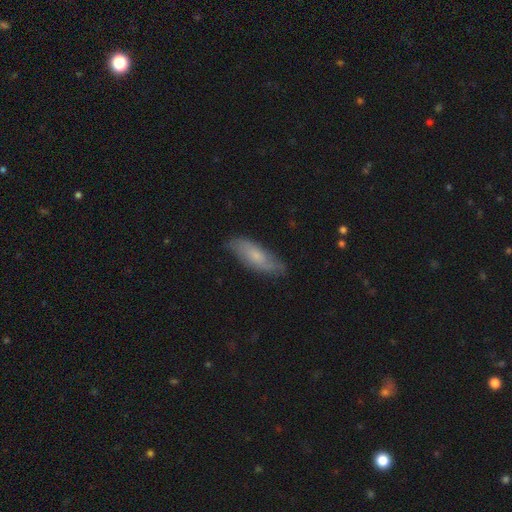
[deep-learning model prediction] Morphology: type=smooth (55%); roundness=in between (61%); merging=none (76%).